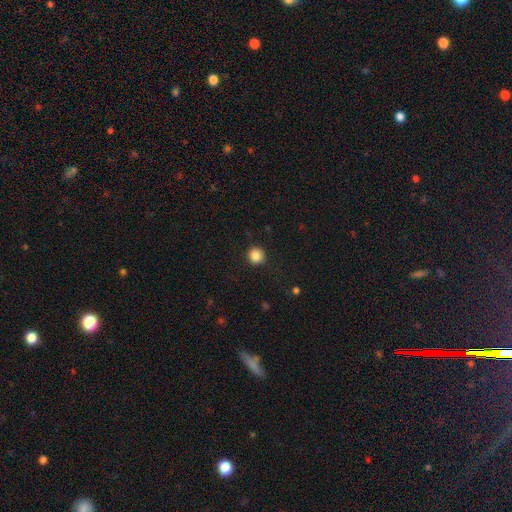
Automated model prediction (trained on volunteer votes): Q: Smooth or featured?
A: smooth (87%); runner-up: star or artifact (10%)
Q: How rounded?
A: round (94%); runner-up: in between (5%)
Q: Merging?
A: none (90%); runner-up: minor disturbance (7%)